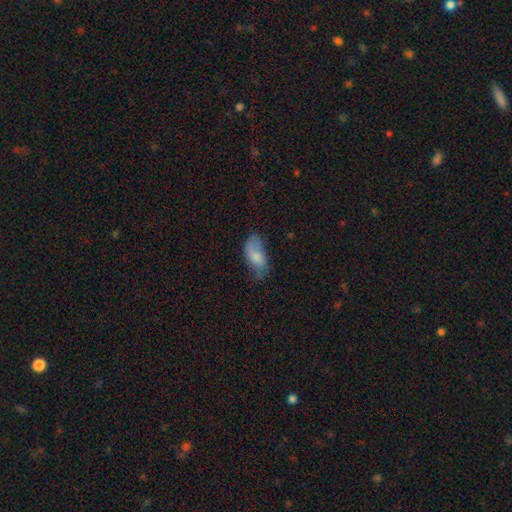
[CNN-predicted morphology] The model was most divided on "merging": none: 47%, minor disturbance: 33%, major disturbance: 17%, merger: 3%. More confident: how rounded — in between (92%); smooth or featured — smooth (69%).